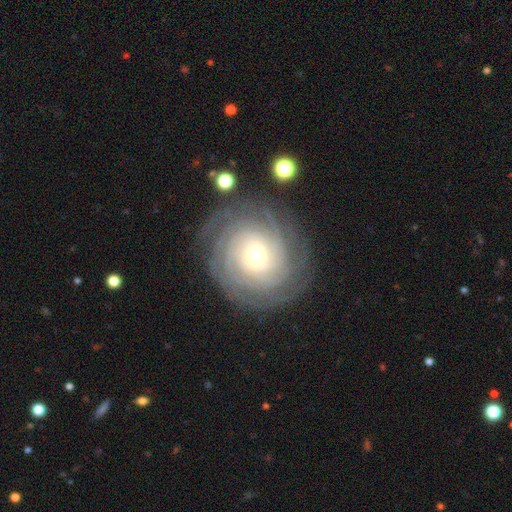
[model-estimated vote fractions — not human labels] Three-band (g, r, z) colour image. It shows a featured or disk galaxy (86%) with no bar (68%), tight (83%) spiral arms (97%) and a moderate central bulge (49%). Merging: none (83%).